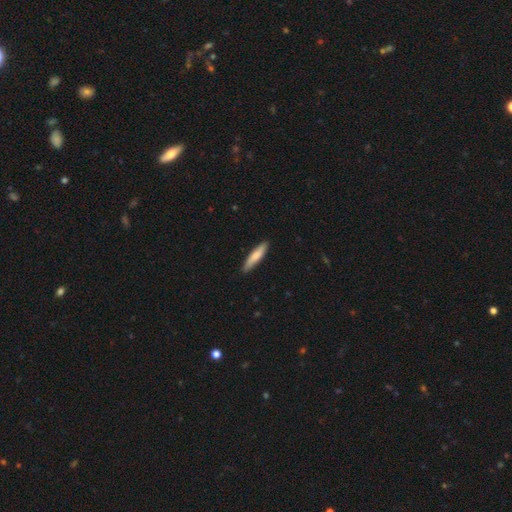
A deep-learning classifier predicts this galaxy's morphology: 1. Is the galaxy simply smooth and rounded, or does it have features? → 77% smooth, 18% featured or disk, 5% star or artifact.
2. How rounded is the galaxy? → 85% cigar-shaped, 14% in between, 1% round.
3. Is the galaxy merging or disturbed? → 88% none, 9% minor disturbance, 1% major disturbance, 1% merger.